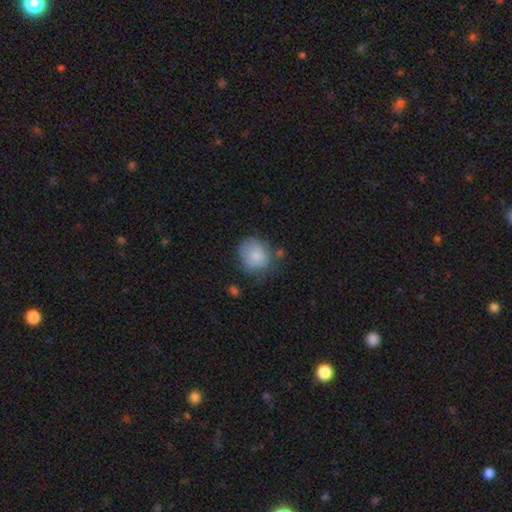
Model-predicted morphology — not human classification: Smooth or featured?
  - smooth: 82% *
  - featured or disk: 11%
  - star or artifact: 8%
How rounded?
  - round: 80% *
  - in between: 20%
  - cigar-shaped: 1%
Merging?
  - none: 57% *
  - minor disturbance: 28%
  - major disturbance: 11%
  - merger: 4%